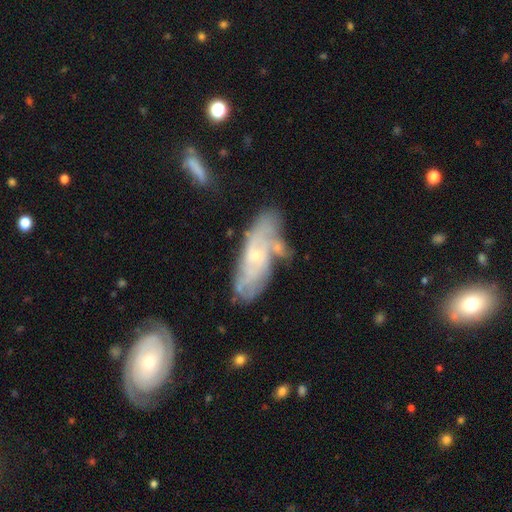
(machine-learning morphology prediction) Smooth or featured: featured or disk — 71% (smooth — 21%)
Edge-on disk: no — 87% (yes — 13%)
Bar: no — 69% (weak — 26%)
Spiral arms: yes — 82% (no — 18%)
Spiral winding: tight — 48% (medium — 36%)
Spiral arm count: can't tell — 55% (2 — 20%)
Bulge size: small — 73% (moderate — 21%)
Merging: none — 54% (minor disturbance — 23%)